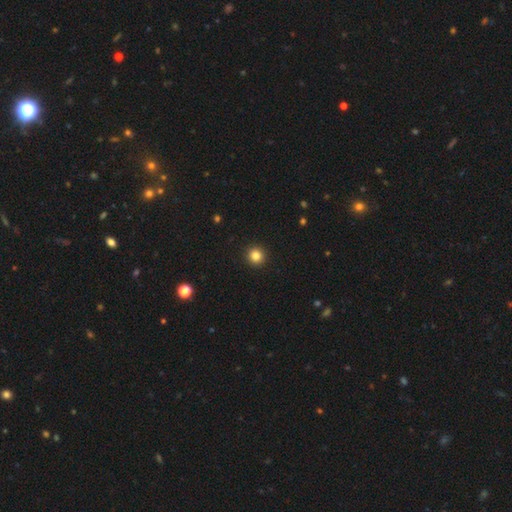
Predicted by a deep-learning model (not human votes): A smooth galaxy with no disk features (84%) that is round (95%). Merging: none (93%).